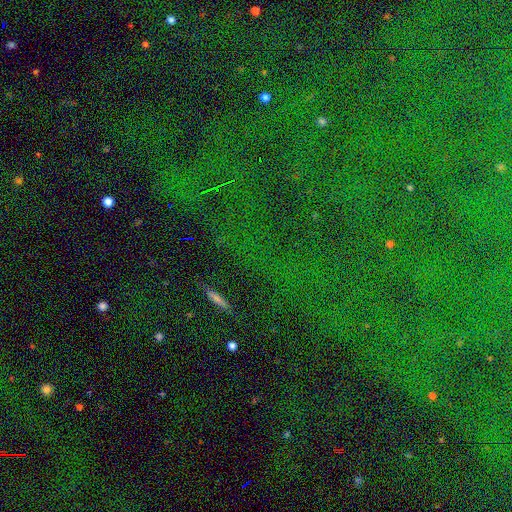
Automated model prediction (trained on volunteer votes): Morphology: type=star or artifact (77%).